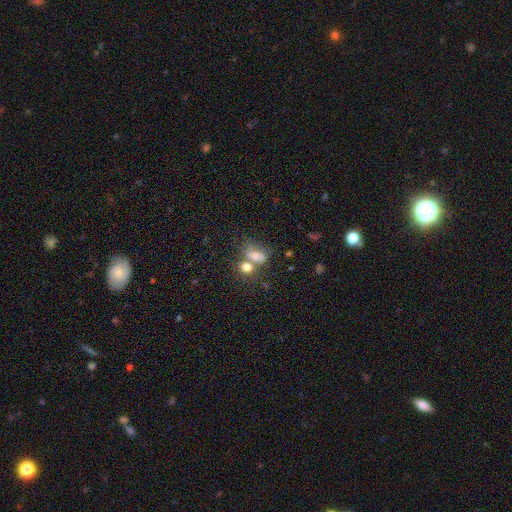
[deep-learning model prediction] Q: Smooth or featured?
A: smooth (67%); runner-up: featured or disk (19%)
Q: How rounded?
A: in between (71%); runner-up: round (26%)
Q: Merging?
A: merger (48%); runner-up: none (28%)